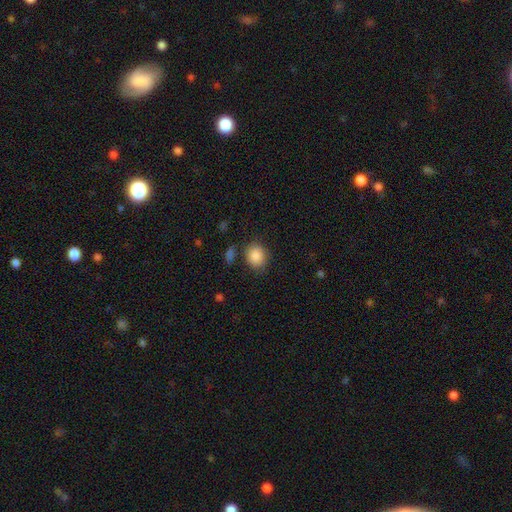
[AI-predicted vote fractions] Smooth or featured? smooth (87%)
How rounded? round (67%)
Merging? none (79%)